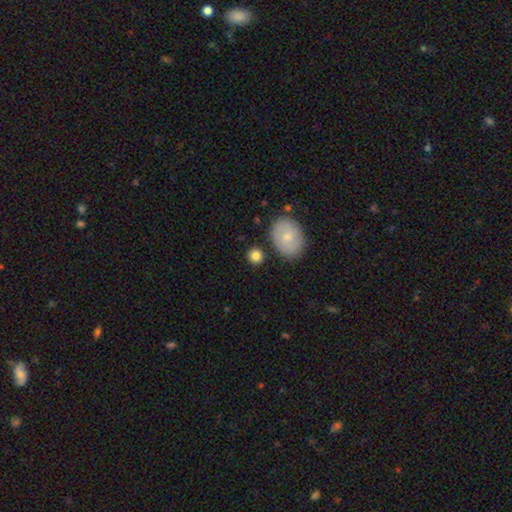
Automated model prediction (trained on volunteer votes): Smooth or featured? smooth (84%)
How rounded? round (81%)
Merging? none (82%)